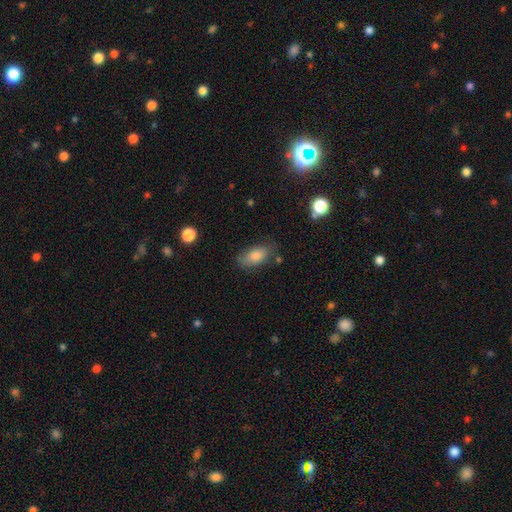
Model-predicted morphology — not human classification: smooth 77%, featured or disk 12%, star or artifact 11%. Down the decision tree: how rounded — in between (88%); merging — none (79%).